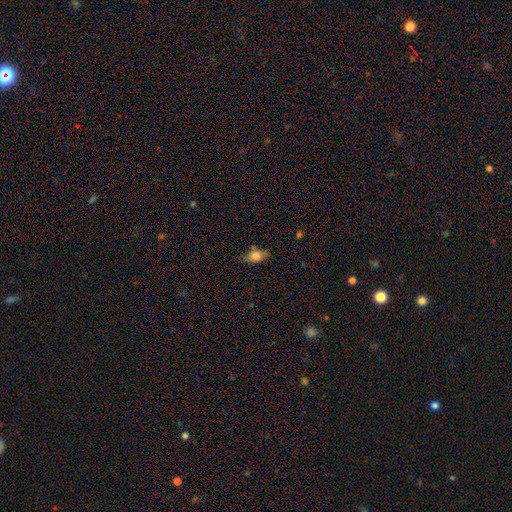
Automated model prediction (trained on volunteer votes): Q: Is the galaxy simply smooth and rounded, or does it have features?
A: smooth — 76%.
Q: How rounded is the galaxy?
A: in between — 86%.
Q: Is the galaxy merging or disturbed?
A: none — 71%.